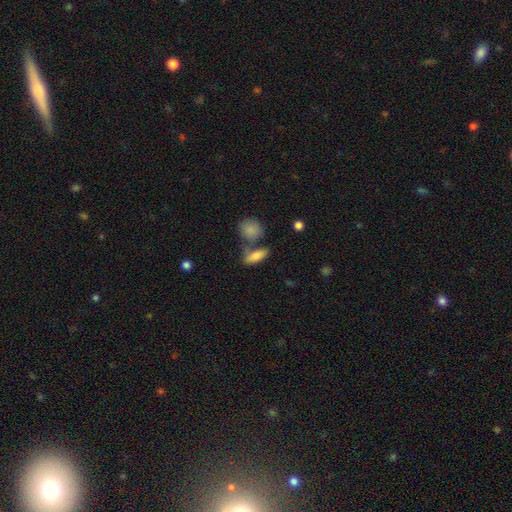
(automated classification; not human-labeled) A smooth galaxy with no disk features (82%) that is in between round and cigar-shaped (73%).

Vote fractions:
- Smooth or featured? smooth: 82% / featured or disk: 11% / star or artifact: 7%
- How rounded? in between: 73% / cigar-shaped: 21% / round: 6%
- Merging? none: 53% / merger: 30% / minor disturbance: 13% / major disturbance: 5%